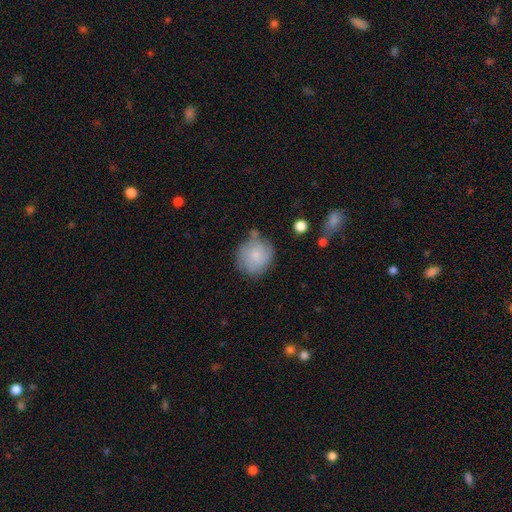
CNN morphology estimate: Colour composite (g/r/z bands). It shows a smooth galaxy with no disk features (70%) that is round (86%). Merging: none (63%).